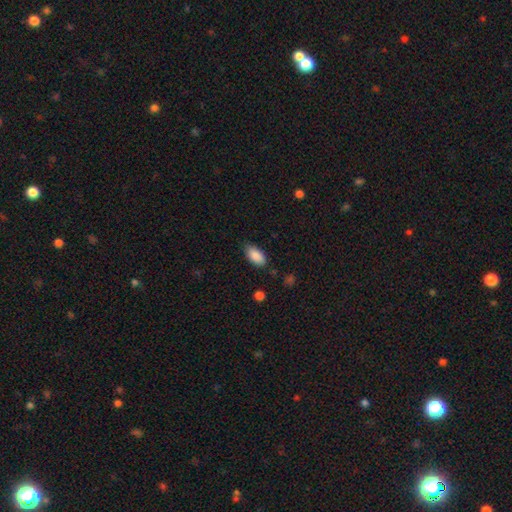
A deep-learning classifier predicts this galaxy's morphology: Overall: smooth (88%). How rounded: in between (93%). Merging: none (79%).